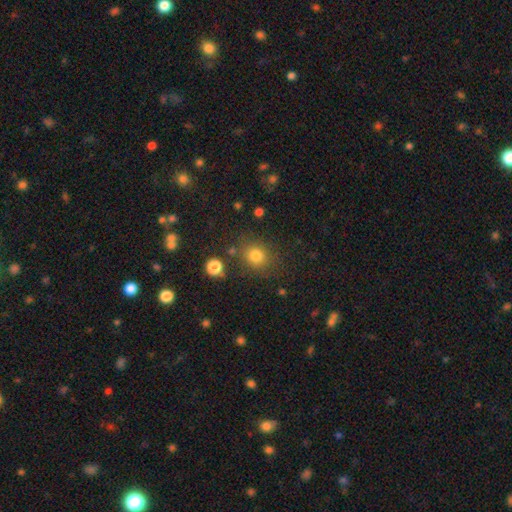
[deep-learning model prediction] Overall: smooth (79%). How rounded: round (73%). Merging: none (78%).